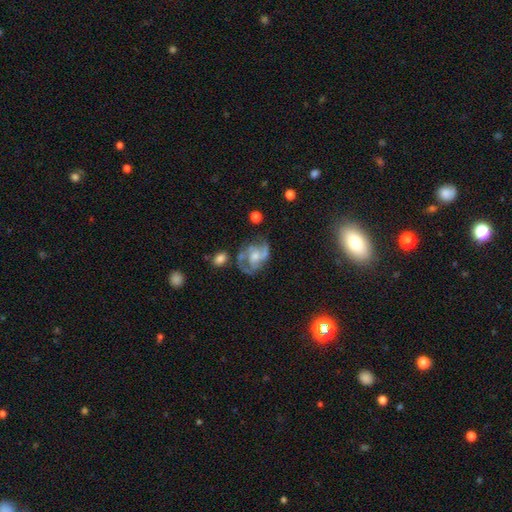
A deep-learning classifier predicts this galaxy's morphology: smooth_or_featured: featured or disk (p=0.73) [alt: smooth p=0.19]
disk_edge_on: no (p=0.97) [alt: yes p=0.03]
bar: no (p=0.66) [alt: weak p=0.28]
has_spiral_arms: yes (p=0.80) [alt: no p=0.20]
spiral_winding: medium (p=0.49) [alt: loose p=0.29]
spiral_arm_count: 2 (p=0.52) [alt: can't tell p=0.20]
bulge_size: moderate (p=0.46) [alt: small p=0.36]
merging: none (p=0.45) [alt: major disturbance p=0.24]